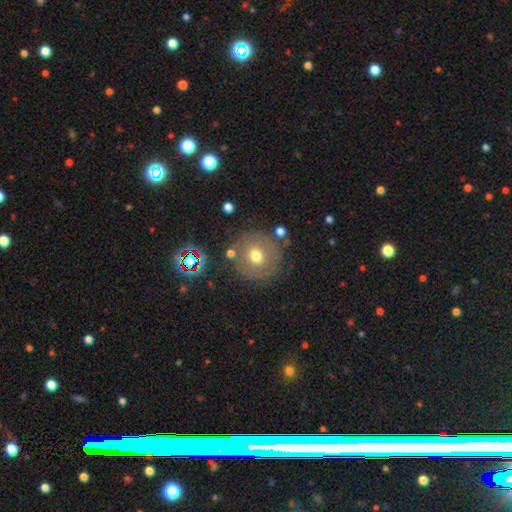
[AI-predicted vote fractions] Smooth or featured? smooth (58%)
How rounded? round (93%)
Merging? none (80%)